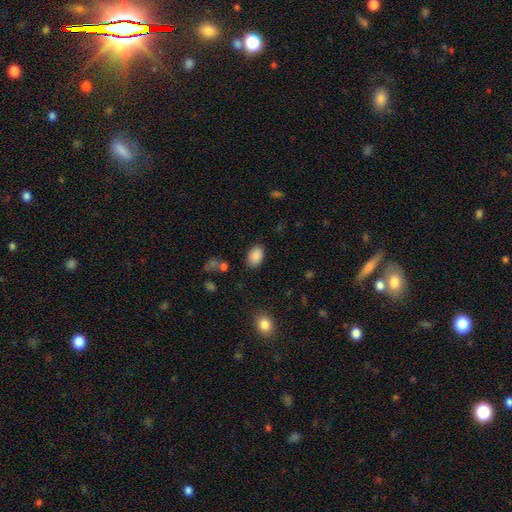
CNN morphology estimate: smooth 88%, star or artifact 8%, featured or disk 5%. Down the decision tree: how rounded — in between (84%); merging — none (85%).